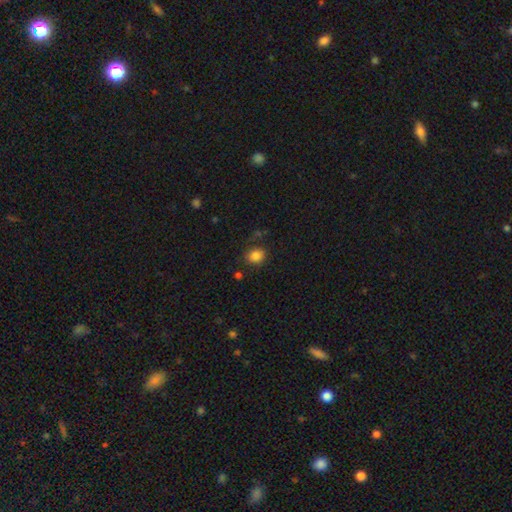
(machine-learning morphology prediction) Smooth or featured? Predicted: smooth (p=0.84). How rounded? Predicted: round (p=0.70). Merging? Predicted: none (p=0.81).